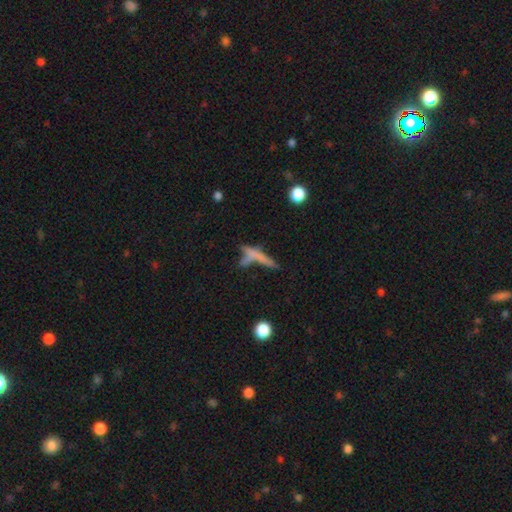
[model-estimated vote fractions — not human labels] Overall: smooth (54%; featured or disk 33%). How rounded: cigar-shaped (80%). Merging: none (43%; merger 29%).